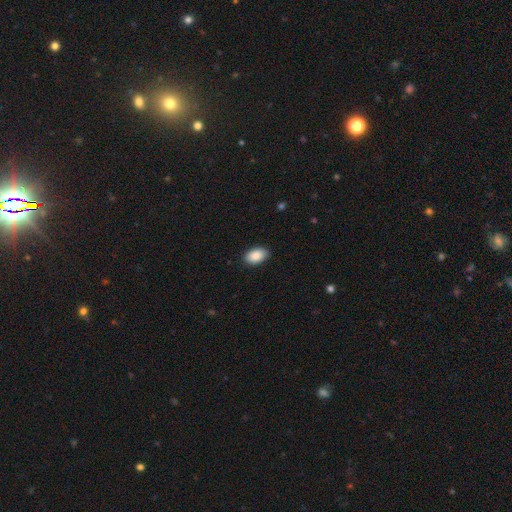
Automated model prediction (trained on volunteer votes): smooth-or-featured: smooth: 89% | star or artifact: 7% | featured or disk: 5%
  how-rounded: in between: 94% | round: 5% | cigar-shaped: 1%
  merging: none: 89% | minor disturbance: 8% | major disturbance: 2% | merger: 1%